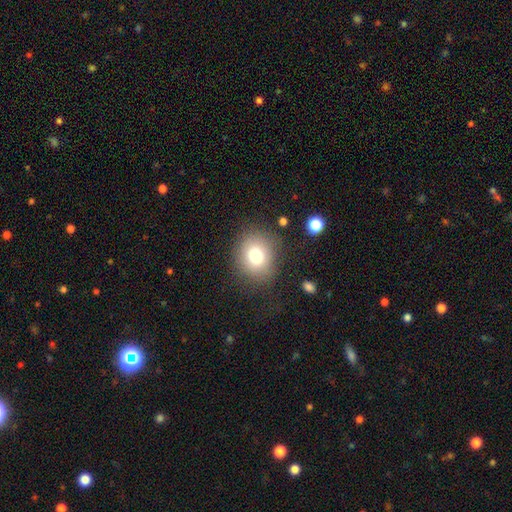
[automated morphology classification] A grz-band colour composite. It shows a smooth galaxy with no disk features (76%) that is round (73%). Merging: none (80%).